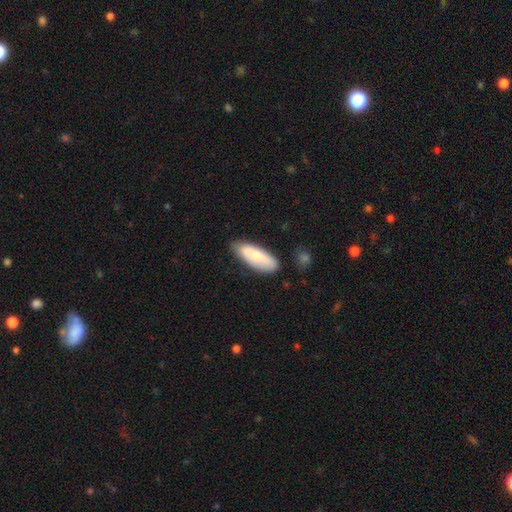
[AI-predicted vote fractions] Smooth or featured: smooth — 70% (featured or disk — 24%)
How rounded: in between — 70% (cigar-shaped — 28%)
Merging: none — 74% (minor disturbance — 20%)